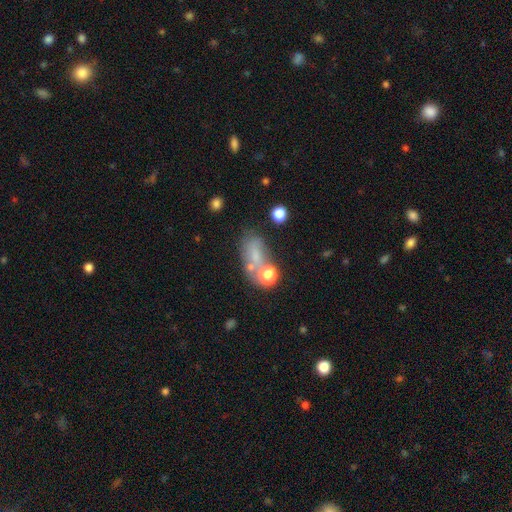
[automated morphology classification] smooth_or_featured: smooth (p=0.58) [alt: featured or disk p=0.23]
how_rounded: in between (p=0.77) [alt: round p=0.17]
merging: none (p=0.39) [alt: merger p=0.24]